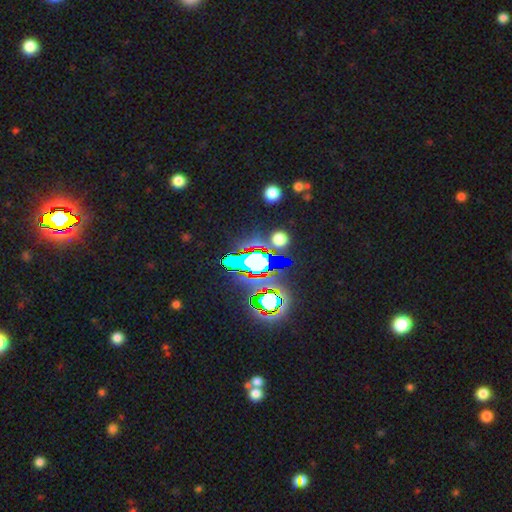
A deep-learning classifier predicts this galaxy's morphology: The model was most divided on "smooth or featured": star or artifact: 80%, smooth: 12%, featured or disk: 8%.